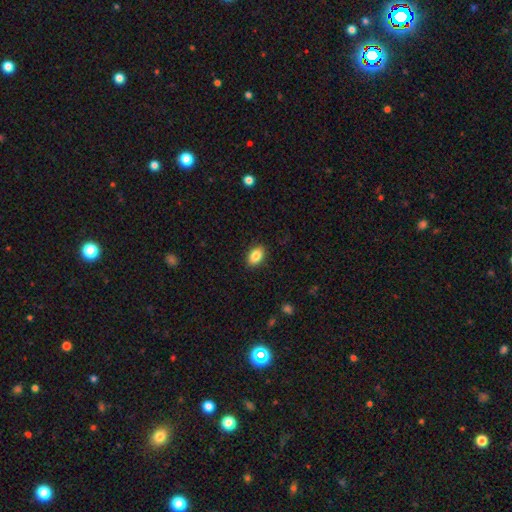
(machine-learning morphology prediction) This appears to be a smooth galaxy with no disk features (86%) that is in between round and cigar-shaped (86%). Merging: none (89%).